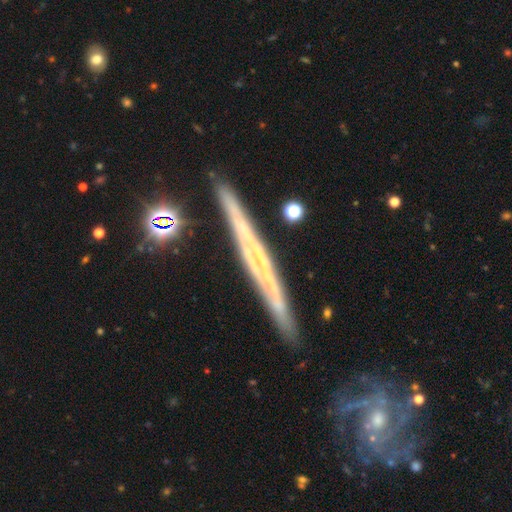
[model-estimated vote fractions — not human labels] smooth_or_featured: featured or disk (p=0.73) [alt: smooth p=0.20]
disk_edge_on: yes (p=0.93) [alt: no p=0.07]
edge_on_bulge: none (p=0.80) [alt: rounded p=0.14]
merging: none (p=0.85) [alt: minor disturbance p=0.11]